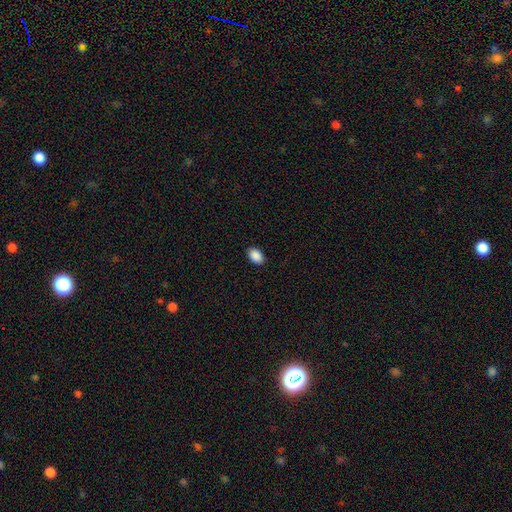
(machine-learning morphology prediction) type=smooth (90%); roundness=in between (88%); merging=none (90%).